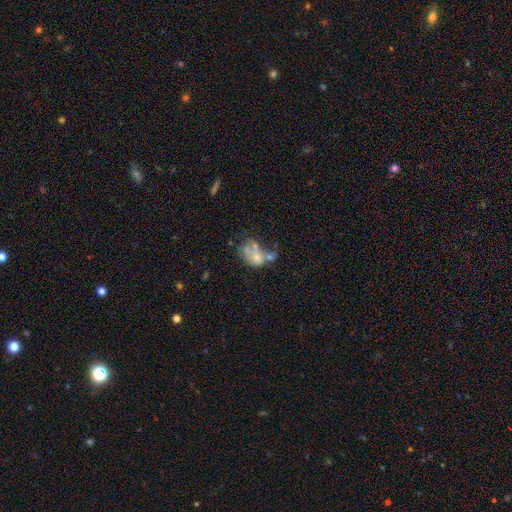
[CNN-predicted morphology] Smooth or featured? featured or disk (47%)
Merging? merger (41%)